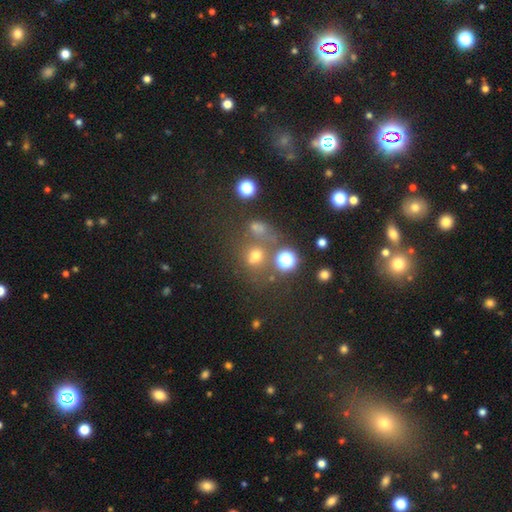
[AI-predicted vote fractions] smooth_or_featured: smooth (p=0.58) [alt: star or artifact p=0.29]
how_rounded: round (p=0.69) [alt: in between p=0.29]
merging: none (p=0.55) [alt: merger p=0.22]